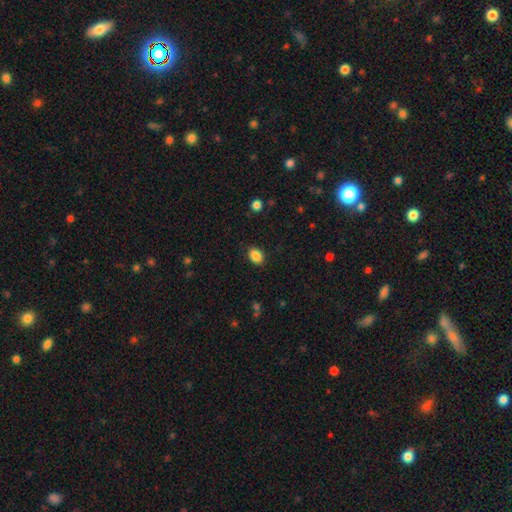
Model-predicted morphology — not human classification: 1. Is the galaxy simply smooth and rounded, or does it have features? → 87% smooth, 9% star or artifact, 4% featured or disk.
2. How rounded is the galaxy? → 78% in between, 20% round, 1% cigar-shaped.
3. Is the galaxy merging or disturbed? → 87% none, 9% minor disturbance, 3% major disturbance, 1% merger.